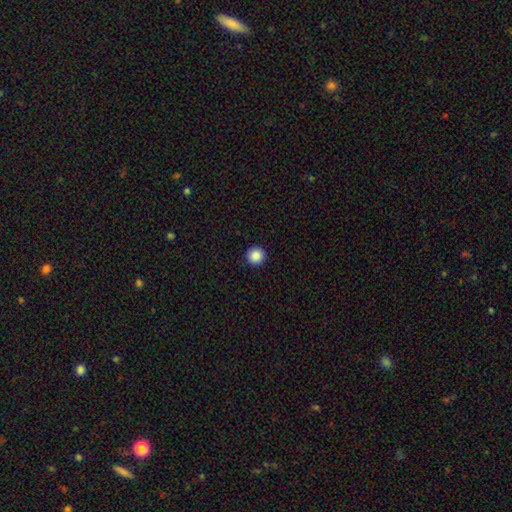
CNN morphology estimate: Smooth or featured: smooth — 88% (star or artifact — 9%)
How rounded: round — 96% (in between — 3%)
Merging: none — 93% (minor disturbance — 4%)